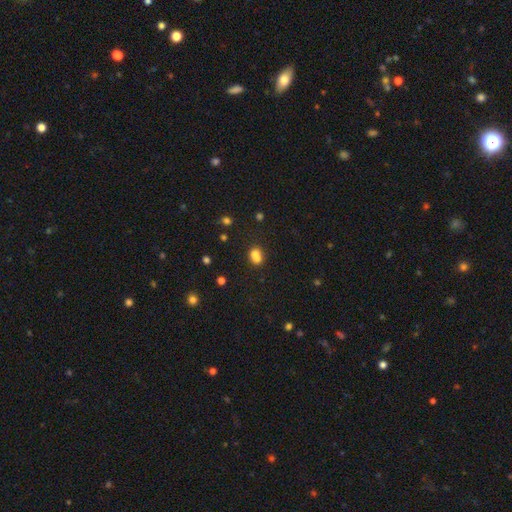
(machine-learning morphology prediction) Smooth or featured: smooth — 73% (star or artifact — 14%)
How rounded: round — 56% (in between — 42%)
Merging: merger — 51% (none — 34%)